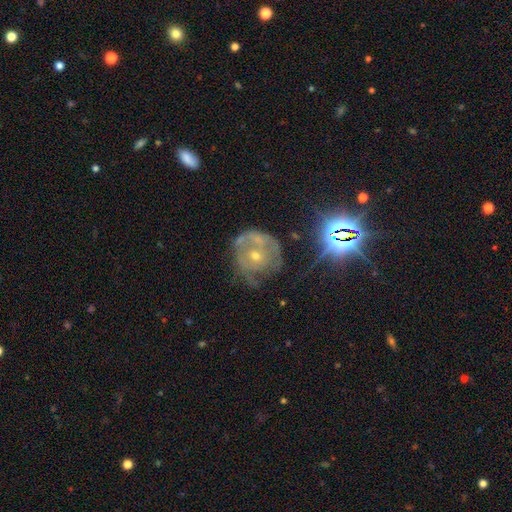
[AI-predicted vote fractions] Overall: featured or disk (63%). Edge-on disk: no (97%). Bar: no (81%). Spiral arms: yes (63%; no 37%). Bulge size: small (62%; moderate 34%). Merging: none (48%; minor disturbance 22%).